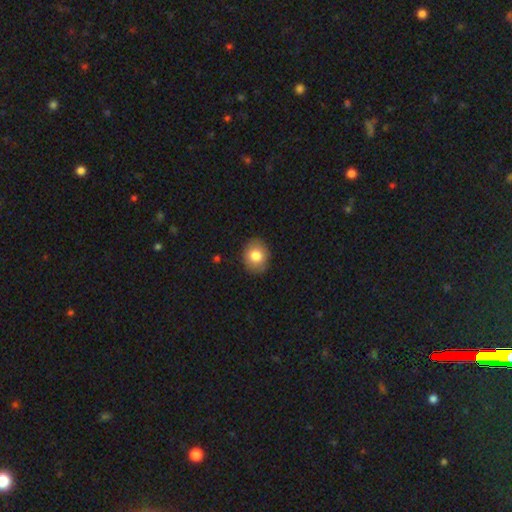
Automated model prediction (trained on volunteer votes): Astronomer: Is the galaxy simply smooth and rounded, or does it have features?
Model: smooth — 80%.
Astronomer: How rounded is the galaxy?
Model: round — 62%.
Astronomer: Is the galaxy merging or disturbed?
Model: none — 88%.